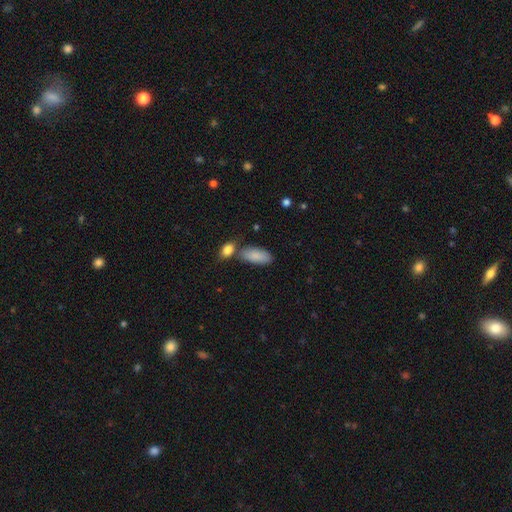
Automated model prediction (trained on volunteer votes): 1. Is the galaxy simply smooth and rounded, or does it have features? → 86% smooth, 8% featured or disk, 6% star or artifact.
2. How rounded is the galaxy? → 87% in between, 11% cigar-shaped, 2% round.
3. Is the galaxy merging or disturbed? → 65% none, 17% merger, 14% minor disturbance, 4% major disturbance.